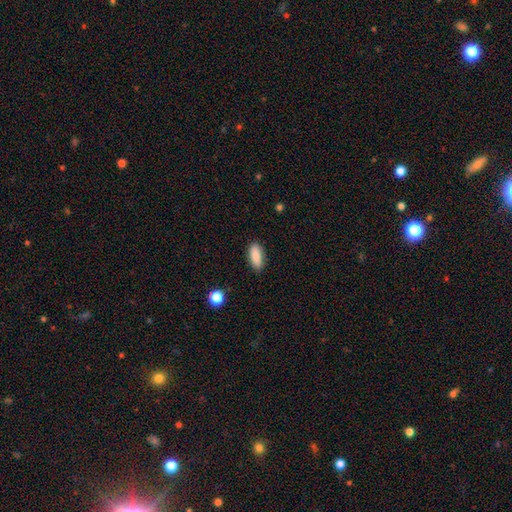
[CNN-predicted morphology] A smooth galaxy with no disk features (87%) that is in between round and cigar-shaped (81%). Merging: none (86%).